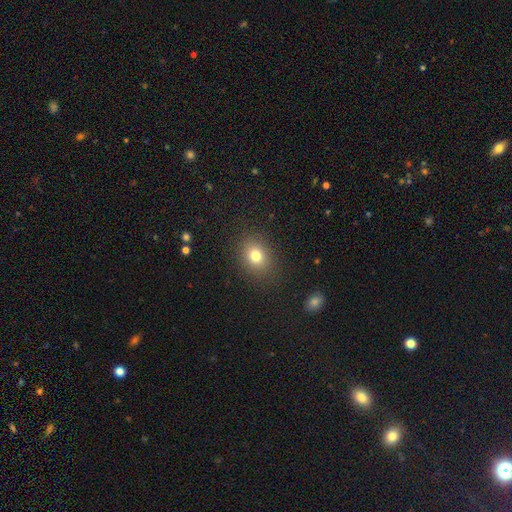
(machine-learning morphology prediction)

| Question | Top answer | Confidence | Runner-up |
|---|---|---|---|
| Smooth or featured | smooth | 78% | star or artifact (13%) |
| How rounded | round | 51% | in between (48%) |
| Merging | none | 86% | minor disturbance (9%) |